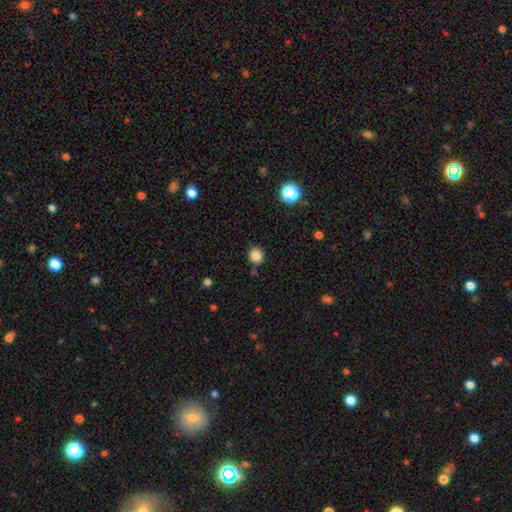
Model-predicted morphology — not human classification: This appears to be a smooth galaxy with no disk features (84%) that is round (90%). Merging: none (83%).